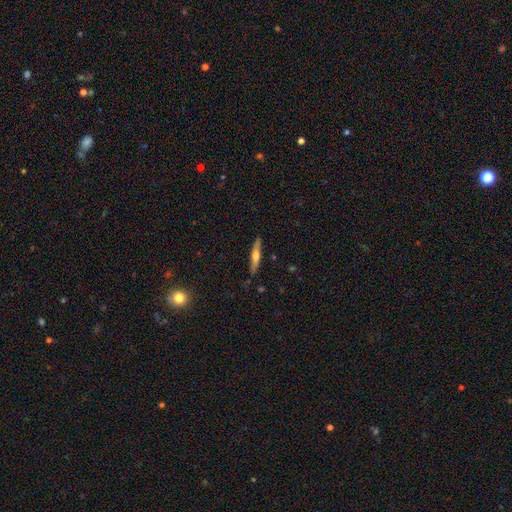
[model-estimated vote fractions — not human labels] Smooth or featured?
  - featured or disk: 51% *
  - smooth: 42%
  - star or artifact: 6%
Edge-on disk?
  - yes: 94% *
  - no: 6%
Merging?
  - none: 85% *
  - minor disturbance: 11%
  - major disturbance: 2%
  - merger: 2%